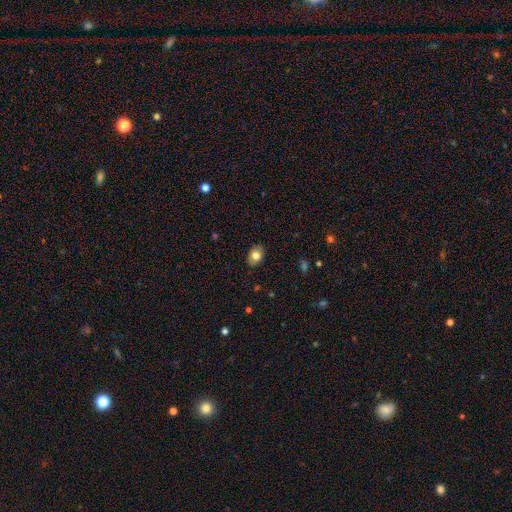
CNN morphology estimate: This is clearly a smooth galaxy (80%). How rounded: likely in between (76%). Merging: clearly none (86%).